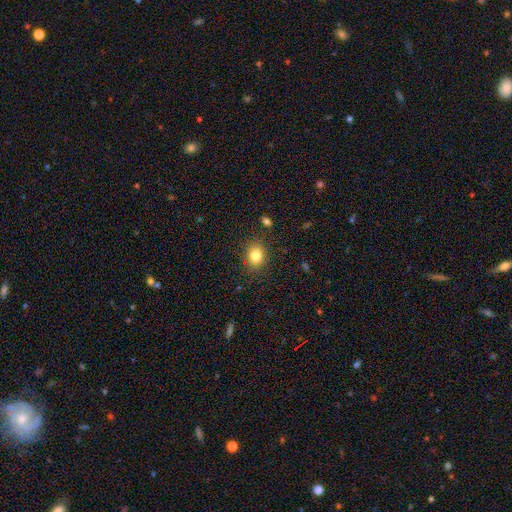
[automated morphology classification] This appears to be a smooth galaxy with no disk features (82%) that is round (50%). Merging: none (86%).